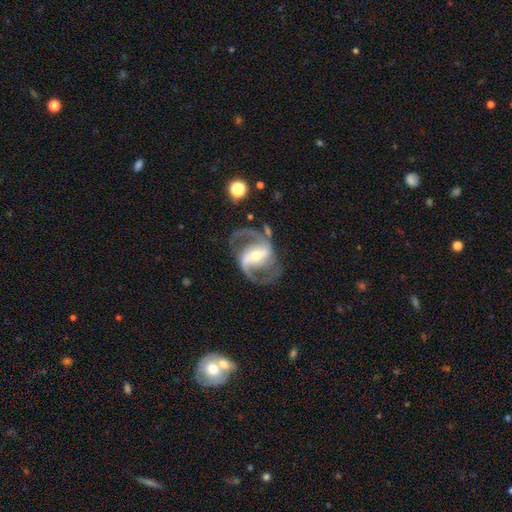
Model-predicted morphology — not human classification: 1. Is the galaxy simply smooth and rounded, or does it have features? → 91% featured or disk, 5% star or artifact, 4% smooth.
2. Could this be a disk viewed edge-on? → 97% no, 3% yes.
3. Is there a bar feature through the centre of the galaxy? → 60% strong, 28% weak, 12% no.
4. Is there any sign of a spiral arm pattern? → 97% yes, 3% no.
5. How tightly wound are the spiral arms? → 60% medium, 27% loose, 13% tight.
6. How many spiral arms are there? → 93% 2, 2% can't tell, 2% 3, 1% 1, 1% 4, 1% more than 4.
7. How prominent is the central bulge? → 50% moderate, 43% small, 5% large, 1% none, 1% dominant.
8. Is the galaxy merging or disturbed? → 76% none, 12% minor disturbance, 8% major disturbance, 3% merger.